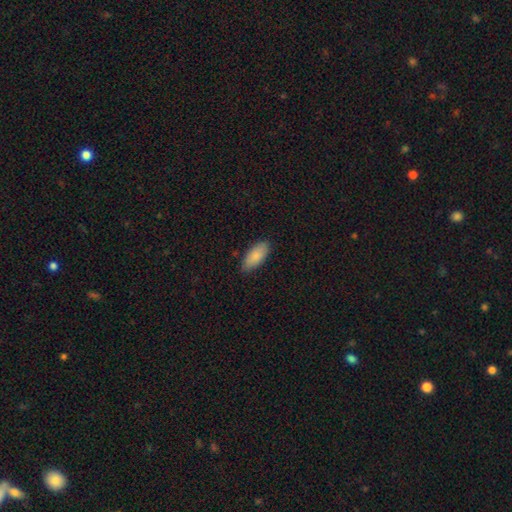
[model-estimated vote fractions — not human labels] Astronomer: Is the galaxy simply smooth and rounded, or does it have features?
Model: smooth — 87%.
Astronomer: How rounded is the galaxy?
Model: in between — 87%.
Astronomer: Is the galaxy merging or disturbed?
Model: none — 83%.